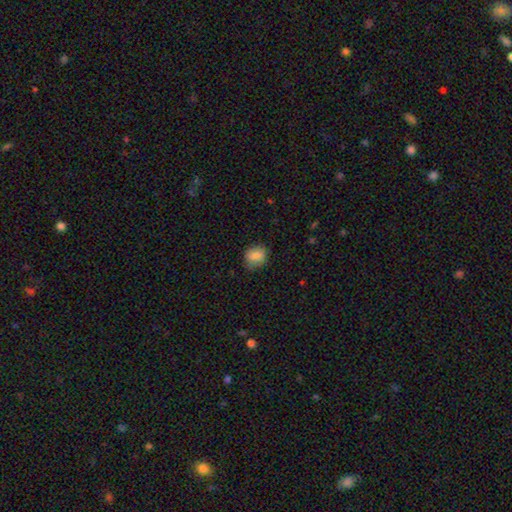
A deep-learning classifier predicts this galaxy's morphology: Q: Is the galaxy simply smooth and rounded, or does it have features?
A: smooth — 82%.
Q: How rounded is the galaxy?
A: round — 65%.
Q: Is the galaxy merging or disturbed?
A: none — 78%.